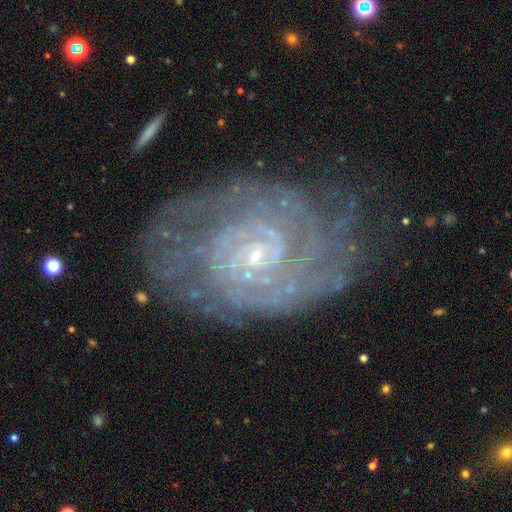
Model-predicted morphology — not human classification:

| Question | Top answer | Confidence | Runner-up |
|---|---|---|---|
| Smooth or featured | featured or disk | 88% | star or artifact (6%) |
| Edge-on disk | no | 97% | yes (3%) |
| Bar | no | 61% | weak (30%) |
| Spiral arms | yes | 97% | no (3%) |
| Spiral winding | tight | 78% | medium (19%) |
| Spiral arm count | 2 | 32% | can't tell (27%) |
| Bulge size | small | 83% | moderate (11%) |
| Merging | none | 71% | minor disturbance (19%) |